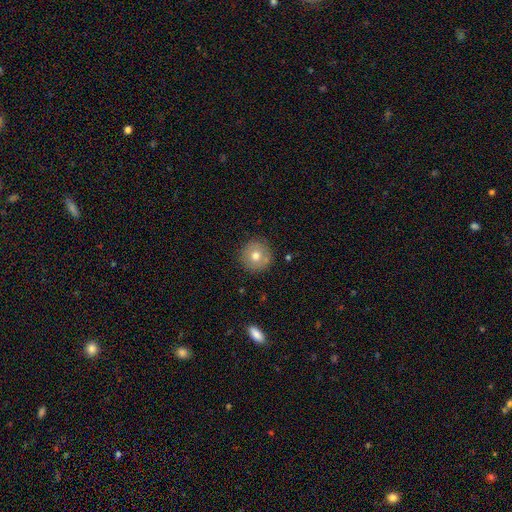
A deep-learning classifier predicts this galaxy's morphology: Smooth or featured? Predicted: smooth (p=0.71). How rounded? Predicted: round (p=0.95). Merging? Predicted: none (p=0.86).